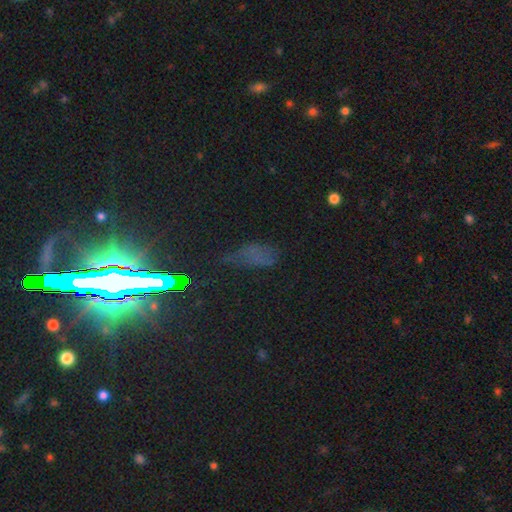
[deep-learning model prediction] This appears to be a star or artifact, not a galaxy (56%).